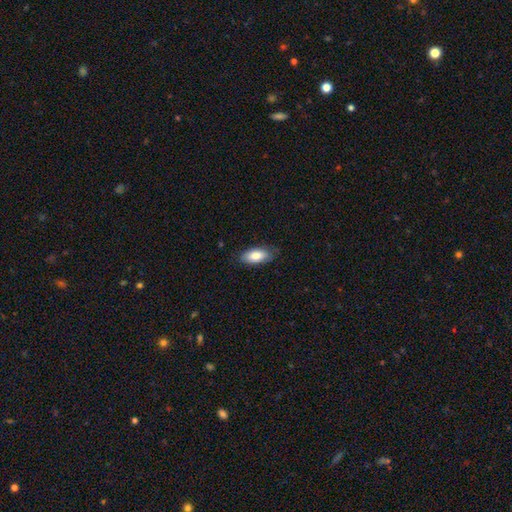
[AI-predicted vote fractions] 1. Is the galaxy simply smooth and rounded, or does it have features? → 82% smooth, 12% featured or disk, 6% star or artifact.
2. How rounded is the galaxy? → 89% in between, 9% cigar-shaped, 2% round.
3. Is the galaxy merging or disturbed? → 78% none, 18% minor disturbance, 3% major disturbance, 1% merger.